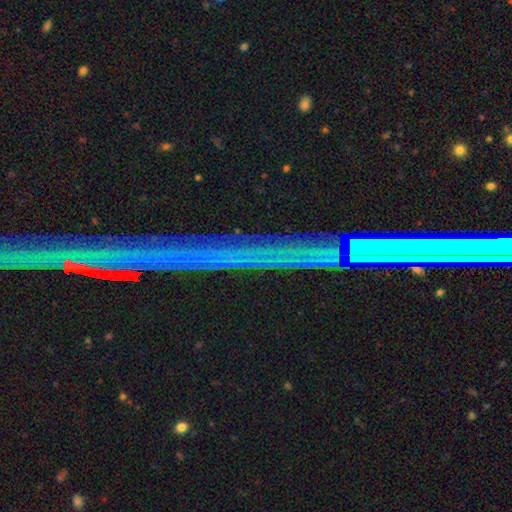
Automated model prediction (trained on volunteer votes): Morphology: type=star or artifact (72%).